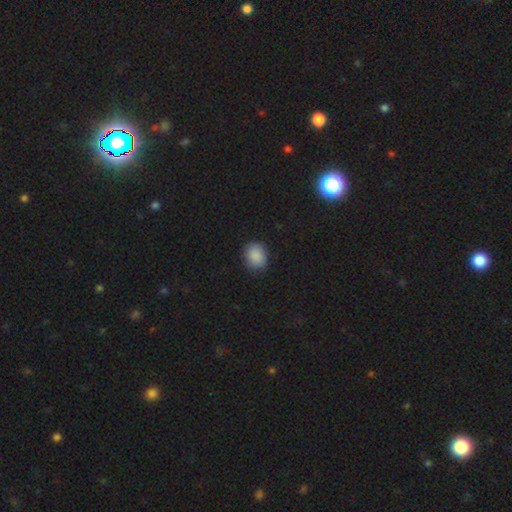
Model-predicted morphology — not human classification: This is clearly a smooth galaxy (88%). How rounded: possibly round (60%). Merging: clearly none (85%).